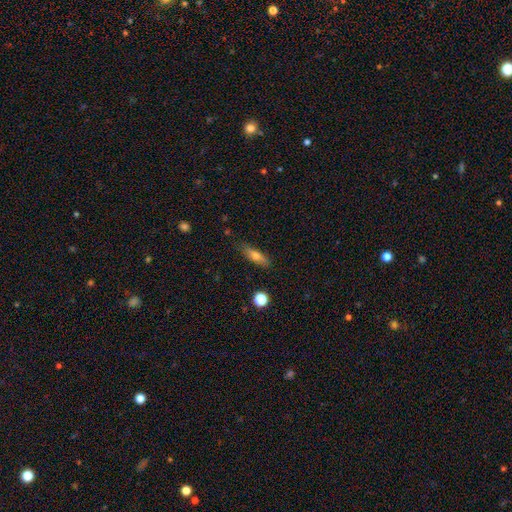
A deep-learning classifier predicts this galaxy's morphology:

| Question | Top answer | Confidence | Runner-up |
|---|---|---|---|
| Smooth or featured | smooth | 67% | featured or disk (25%) |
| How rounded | cigar-shaped | 56% | in between (41%) |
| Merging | none | 82% | minor disturbance (14%) |